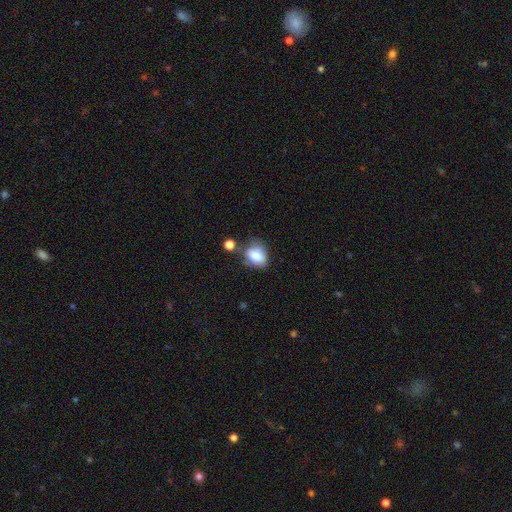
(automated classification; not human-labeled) Overall: smooth (80%). How rounded: in between (73%). Merging: none (49%; minor disturbance 27%).